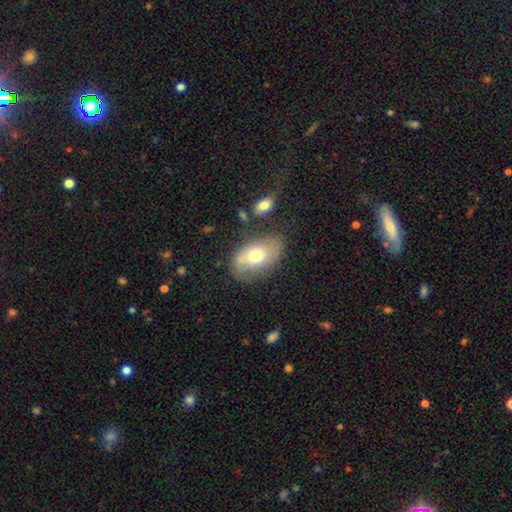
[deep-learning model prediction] Overall: smooth (63%; featured or disk 29%). How rounded: in between (88%). Merging: none (66%).